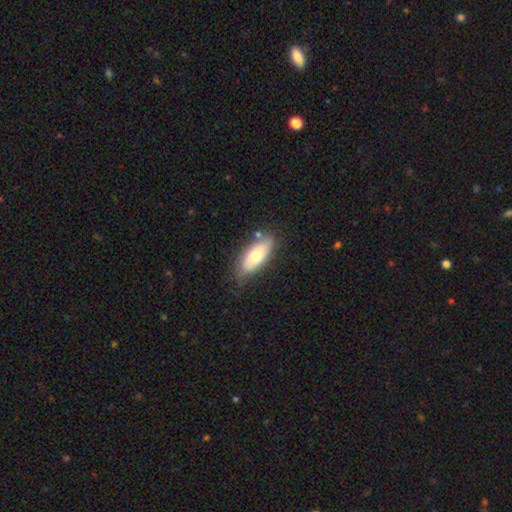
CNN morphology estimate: smooth 71%, featured or disk 23%, star or artifact 6%. Down the decision tree: how rounded — in between (78%); merging — none (77%).